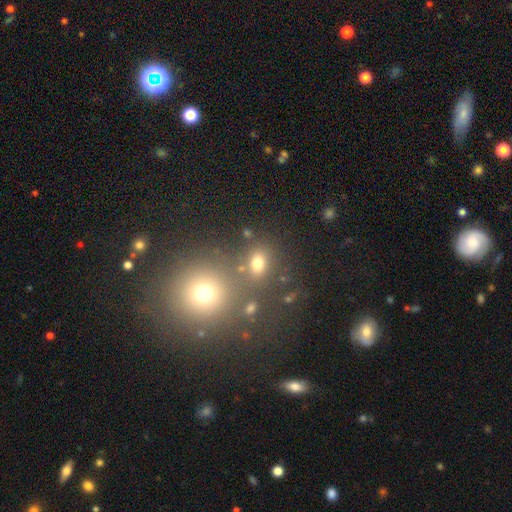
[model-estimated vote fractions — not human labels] Smooth or featured? smooth (59%)
How rounded? round (73%)
Merging? none (67%)